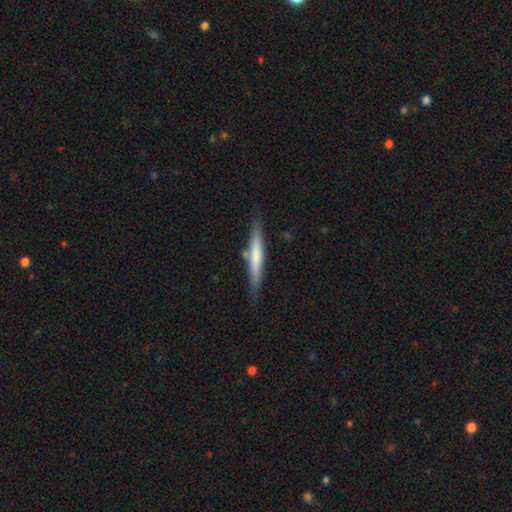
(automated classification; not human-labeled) Smooth or featured?
  - smooth: 55% *
  - featured or disk: 39%
  - star or artifact: 5%
How rounded?
  - cigar-shaped: 94% *
  - in between: 4%
  - round: 1%
Merging?
  - none: 81% *
  - minor disturbance: 12%
  - merger: 4%
  - major disturbance: 2%